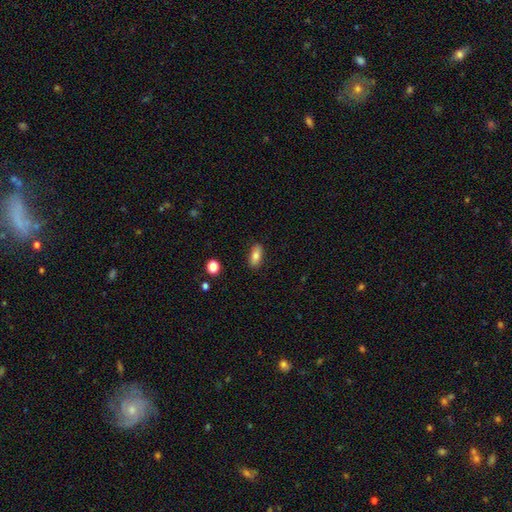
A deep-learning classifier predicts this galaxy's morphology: This appears to be a smooth galaxy with no disk features (79%) that is in between round and cigar-shaped (81%). Merging: none (87%).